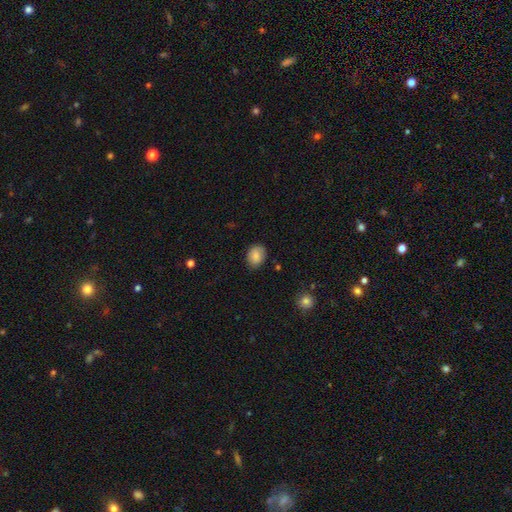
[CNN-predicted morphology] smooth-or-featured: smooth: 84% | featured or disk: 8% | star or artifact: 8%
  how-rounded: in between: 55% | round: 44% | cigar-shaped: 1%
  merging: none: 81% | minor disturbance: 15% | major disturbance: 3% | merger: 1%